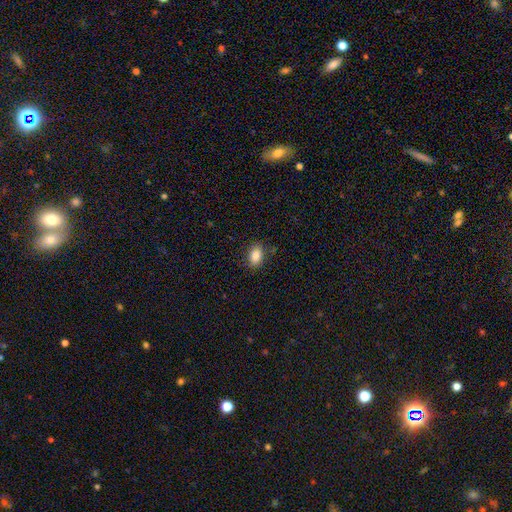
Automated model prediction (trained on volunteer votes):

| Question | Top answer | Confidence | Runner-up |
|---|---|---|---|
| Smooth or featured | smooth | 86% | star or artifact (8%) |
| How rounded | in between | 85% | round (13%) |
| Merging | none | 85% | minor disturbance (11%) |